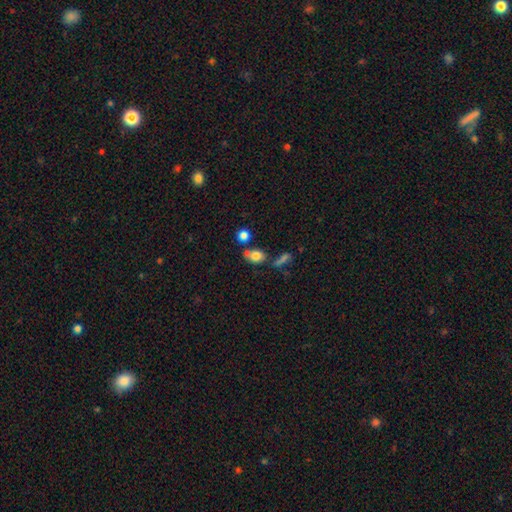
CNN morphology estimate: Smooth or featured: smooth — 76% (featured or disk — 14%)
How rounded: in between — 62% (round — 35%)
Merging: none — 51% (merger — 28%)